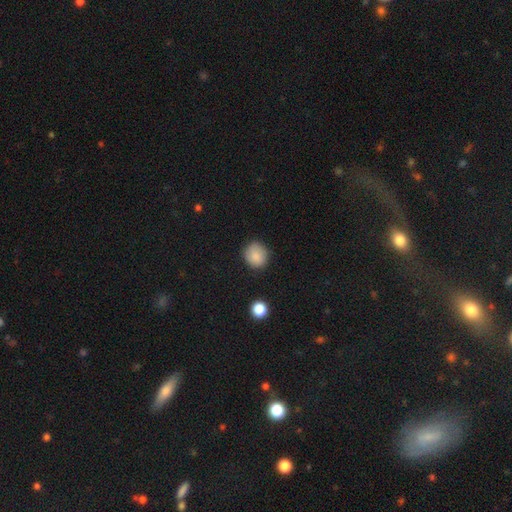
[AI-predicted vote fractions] Smooth or featured? Predicted: smooth (p=0.86). How rounded? Predicted: round (p=0.79). Merging? Predicted: none (p=0.82).